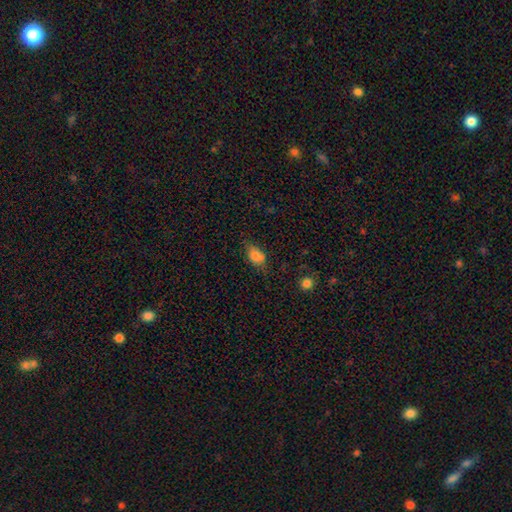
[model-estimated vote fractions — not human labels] The model was most divided on "merging": none: 58%, minor disturbance: 28%, major disturbance: 8%, merger: 6%. More confident: how rounded — in between (83%); smooth or featured — smooth (79%).